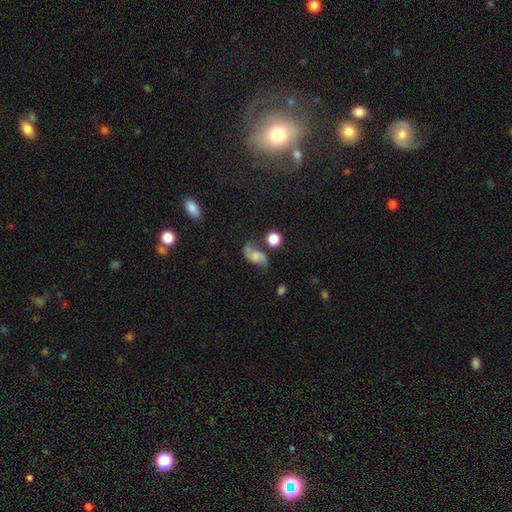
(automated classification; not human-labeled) smooth_or_featured: featured or disk (p=0.69) [alt: smooth p=0.21]
disk_edge_on: no (p=0.97) [alt: yes p=0.03]
bar: no (p=0.64) [alt: weak p=0.30]
has_spiral_arms: yes (p=0.93) [alt: no p=0.07]
spiral_winding: loose (p=0.74) [alt: medium p=0.21]
spiral_arm_count: 2 (p=0.91) [alt: 1 p=0.03]
bulge_size: moderate (p=0.31) [alt: small p=0.29]
merging: none (p=0.56) [alt: minor disturbance p=0.20]